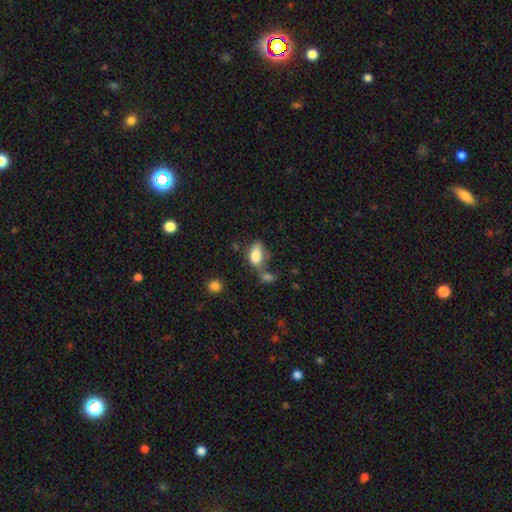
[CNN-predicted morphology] Q: Smooth or featured?
A: smooth (81%); runner-up: featured or disk (11%)
Q: How rounded?
A: in between (89%); runner-up: round (7%)
Q: Merging?
A: none (36%); runner-up: merger (30%)